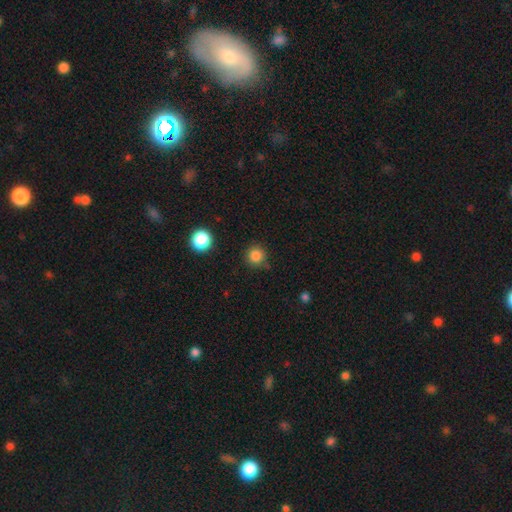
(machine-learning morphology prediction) smooth-or-featured: smooth: 84% | star or artifact: 12% | featured or disk: 4%
  how-rounded: round: 95% | in between: 4% | cigar-shaped: 1%
  merging: none: 84% | minor disturbance: 10% | major disturbance: 3% | merger: 3%